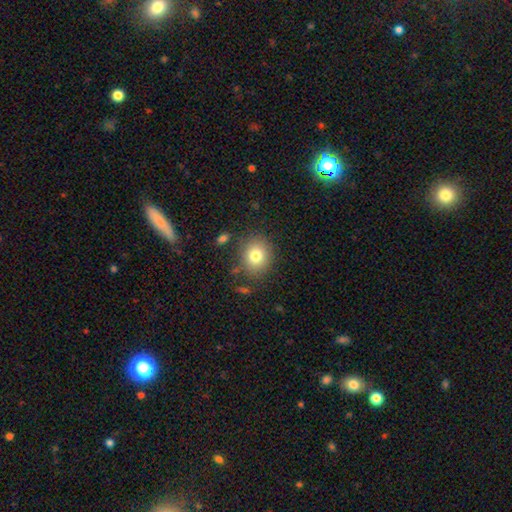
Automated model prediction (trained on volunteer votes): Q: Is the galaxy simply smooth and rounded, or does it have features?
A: smooth — 79%.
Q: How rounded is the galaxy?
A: round — 72%.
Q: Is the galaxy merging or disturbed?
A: none — 81%.